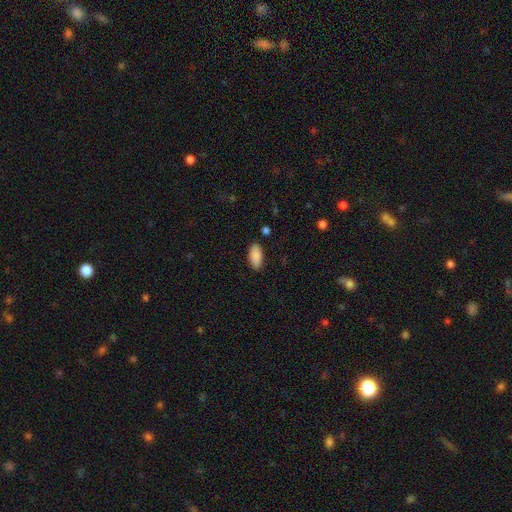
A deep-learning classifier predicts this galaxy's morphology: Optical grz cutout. It shows a smooth galaxy with no disk features (89%) that is in between round and cigar-shaped (93%). Merging: none (86%).